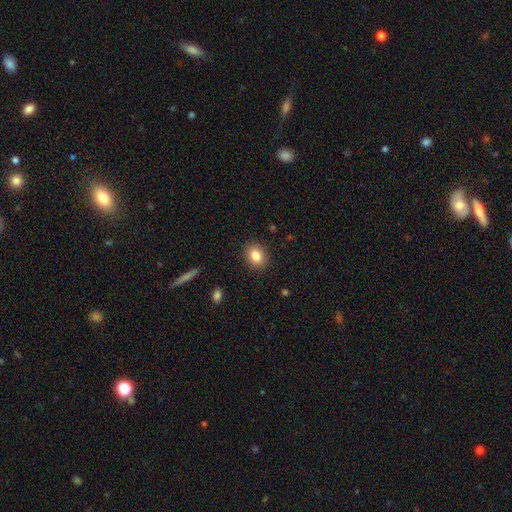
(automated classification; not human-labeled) Smooth or featured: smooth — 84% (star or artifact — 9%)
How rounded: round — 50% (in between — 49%)
Merging: none — 89% (minor disturbance — 7%)